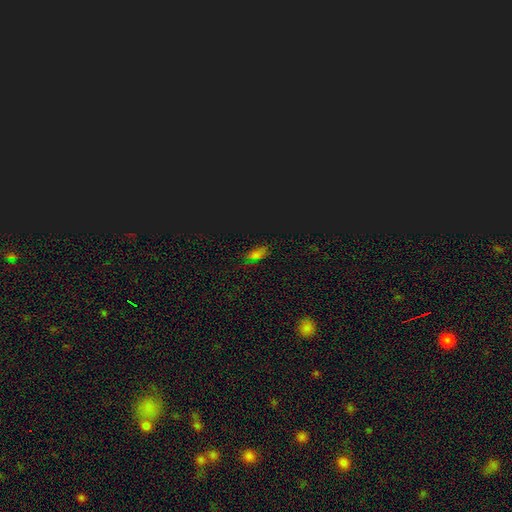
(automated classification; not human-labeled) This is possibly a smooth galaxy (54%). How rounded: clearly in between (80%). Merging: likely none (71%).